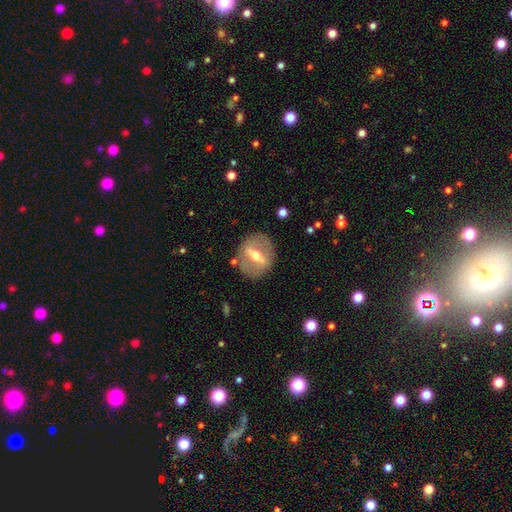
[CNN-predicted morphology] This is likely a featured or disk galaxy (72%). It is likely not viewed edge-on (75%). Bar: likely strong (69%). Spiral arm pattern: clearly no (81%). Central bulge: likely moderate (71%). Merging: clearly none (83%).